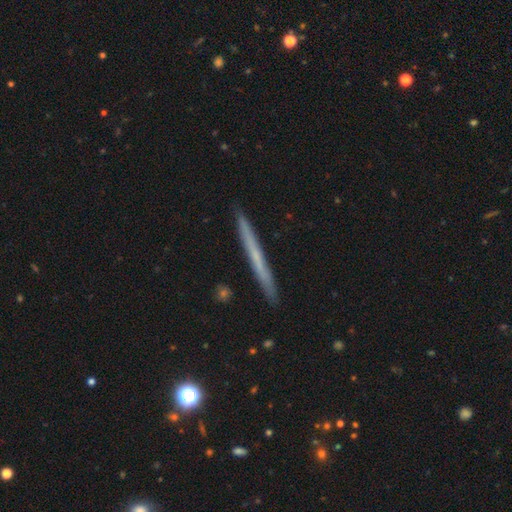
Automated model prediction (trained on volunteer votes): Smooth or featured: featured or disk — 48% (smooth — 45%)
Merging: none — 92% (minor disturbance — 6%)